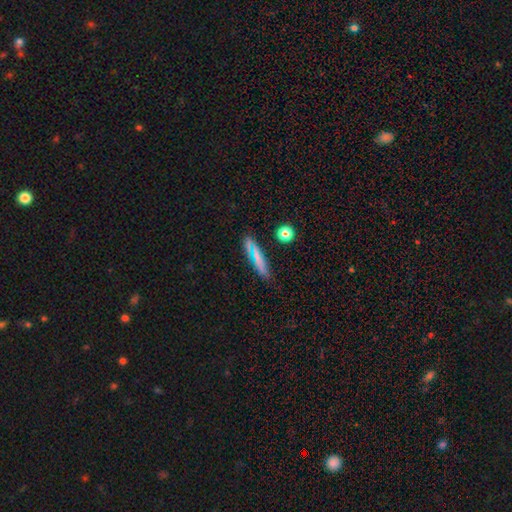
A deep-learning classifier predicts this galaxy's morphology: A smooth galaxy with no disk features (68%) that is cigar-shaped (72%). Merging: none (83%).